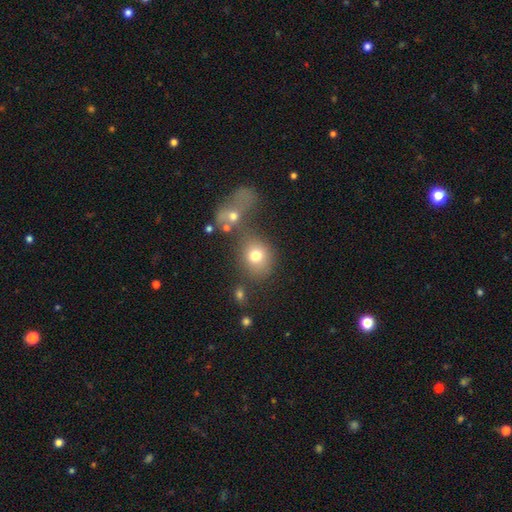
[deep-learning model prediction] Smooth or featured? Predicted: smooth (p=0.74). How rounded? Predicted: round (p=0.65). Merging? Predicted: none (p=0.43).